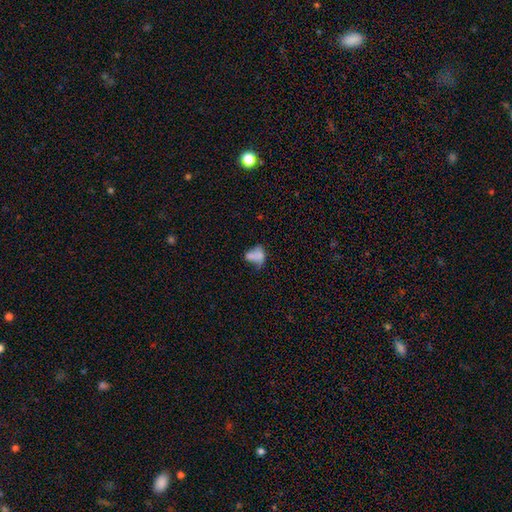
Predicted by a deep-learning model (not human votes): smooth-or-featured: smooth: 62% | featured or disk: 25% | star or artifact: 13%
  how-rounded: in between: 81% | round: 16% | cigar-shaped: 3%
  merging: major disturbance: 31% | none: 26% | minor disturbance: 23% | merger: 21%